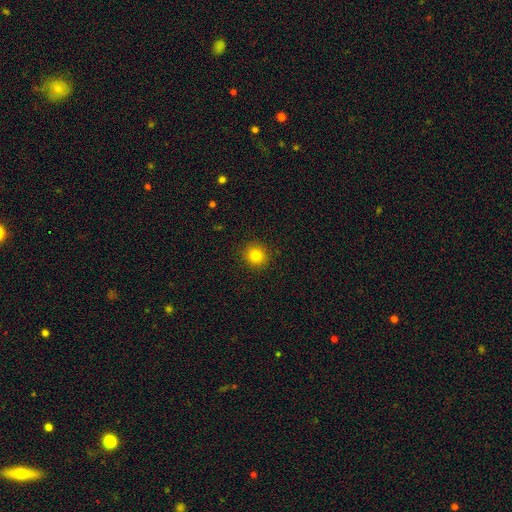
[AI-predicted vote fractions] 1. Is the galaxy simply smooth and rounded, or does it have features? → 81% smooth, 13% star or artifact, 6% featured or disk.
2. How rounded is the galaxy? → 91% round, 8% in between, 1% cigar-shaped.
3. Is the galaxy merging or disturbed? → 92% none, 5% minor disturbance, 2% major disturbance, 1% merger.